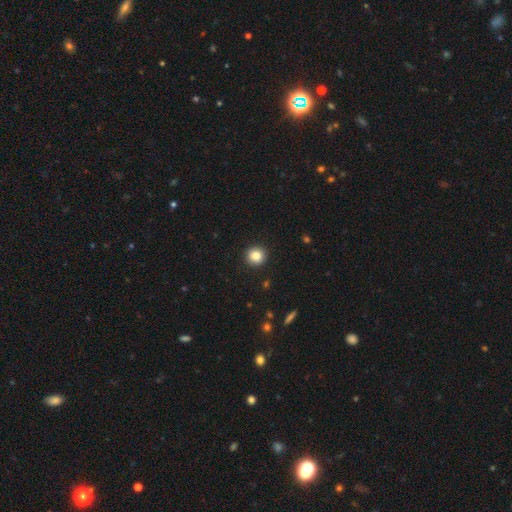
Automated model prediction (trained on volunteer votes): Smooth or featured? smooth (84%)
How rounded? round (94%)
Merging? none (93%)